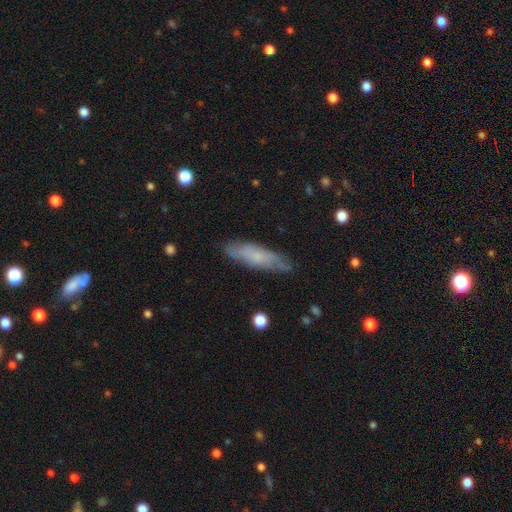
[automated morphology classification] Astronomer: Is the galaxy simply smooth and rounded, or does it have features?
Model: smooth — 53% (runner-up: featured or disk, 40%).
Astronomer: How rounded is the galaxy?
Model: cigar-shaped — 63%.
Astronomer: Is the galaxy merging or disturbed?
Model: none — 80%.